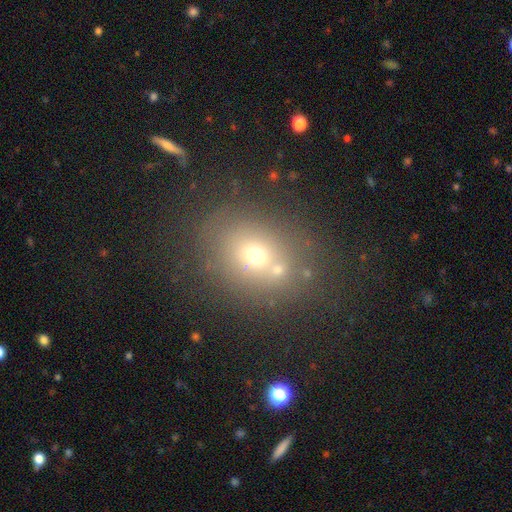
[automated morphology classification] A smooth galaxy with no disk features (62%) that is round (60%).

Vote fractions:
- Smooth or featured? smooth: 62% / star or artifact: 21% / featured or disk: 17%
- How rounded? round: 60% / in between: 39% / cigar-shaped: 1%
- Merging? none: 65% / merger: 19% / minor disturbance: 11% / major disturbance: 6%